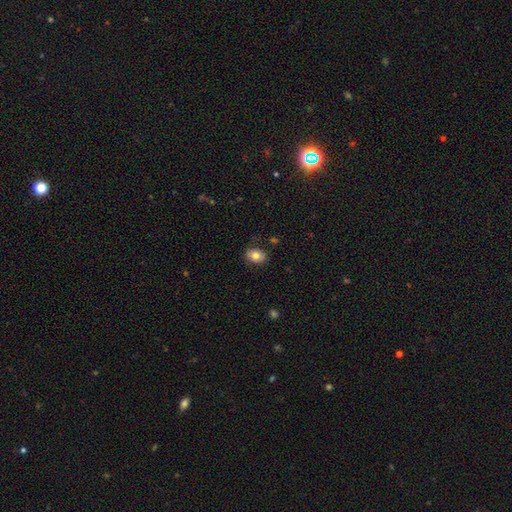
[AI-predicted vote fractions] Smooth or featured? Predicted: smooth (p=0.79). How rounded? Predicted: in between (p=0.69). Merging? Predicted: none (p=0.83).